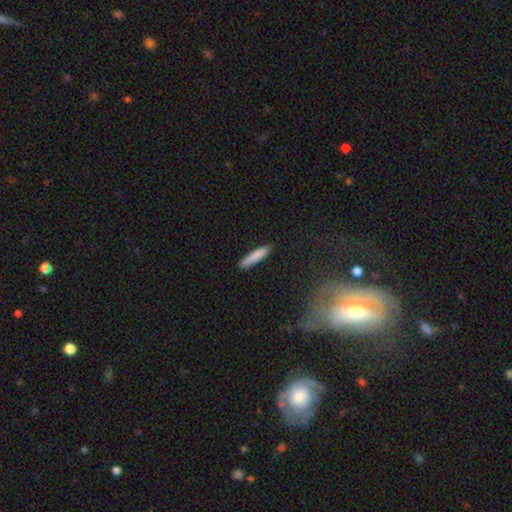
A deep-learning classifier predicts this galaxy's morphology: smooth-or-featured: smooth: 84% | featured or disk: 10% | star or artifact: 6%
  how-rounded: cigar-shaped: 89% | in between: 10% | round: 1%
  merging: none: 88% | minor disturbance: 9% | major disturbance: 2% | merger: 1%